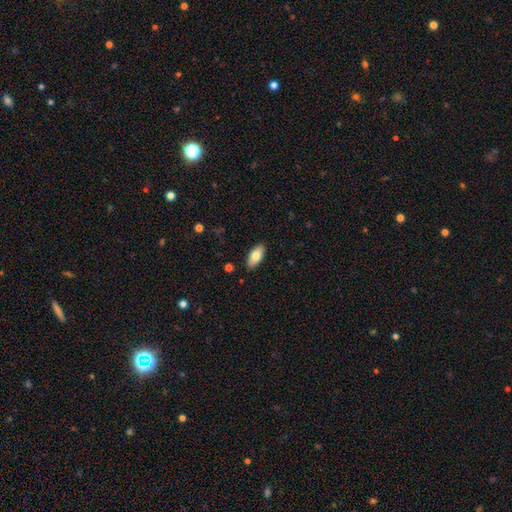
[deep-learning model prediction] Q: Smooth or featured?
A: smooth (77%); runner-up: featured or disk (16%)
Q: How rounded?
A: in between (89%); runner-up: cigar-shaped (8%)
Q: Merging?
A: none (88%); runner-up: minor disturbance (9%)